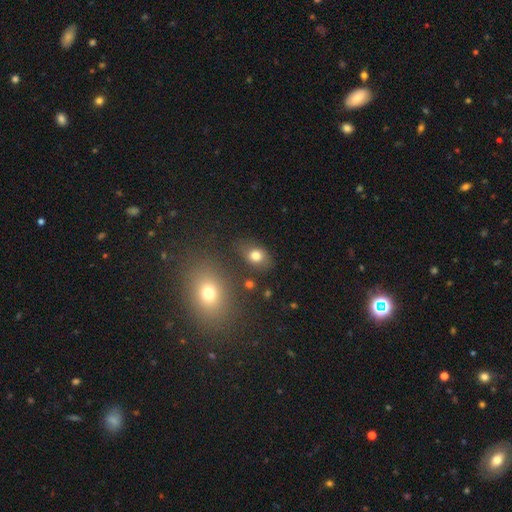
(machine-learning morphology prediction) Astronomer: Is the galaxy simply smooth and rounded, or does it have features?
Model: smooth — 78%.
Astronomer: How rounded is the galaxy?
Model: in between — 69%.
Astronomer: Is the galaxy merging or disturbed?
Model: none — 73%.